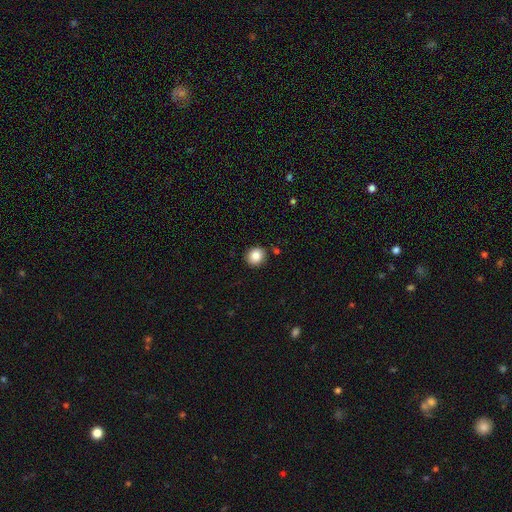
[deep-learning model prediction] Smooth or featured? smooth (85%)
How rounded? round (83%)
Merging? none (88%)